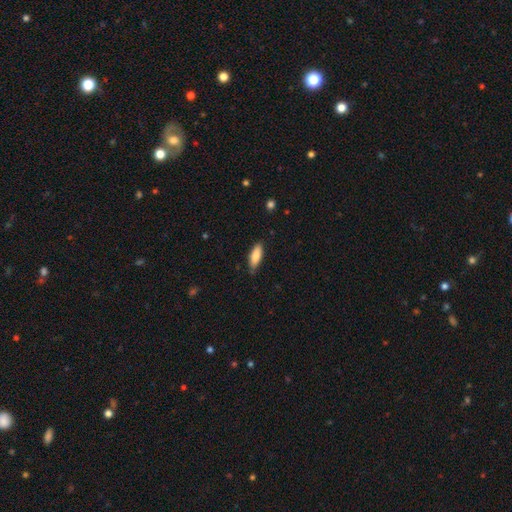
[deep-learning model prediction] Smooth or featured: smooth — 83% (featured or disk — 11%)
How rounded: in between — 62% (cigar-shaped — 36%)
Merging: none — 81% (minor disturbance — 15%)